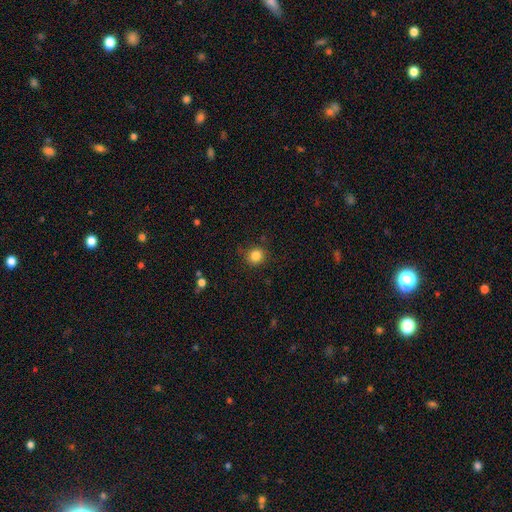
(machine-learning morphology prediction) smooth-or-featured: smooth: 84% | star or artifact: 11% | featured or disk: 5%
  how-rounded: round: 89% | in between: 10% | cigar-shaped: 1%
  merging: none: 86% | minor disturbance: 10% | major disturbance: 3% | merger: 2%